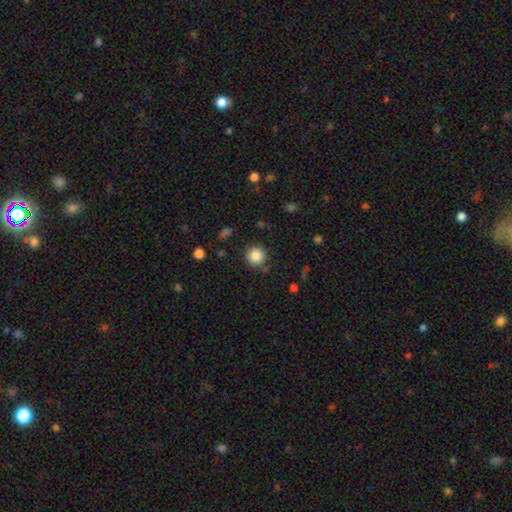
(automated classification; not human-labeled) Overall: smooth (85%). How rounded: round (94%). Merging: none (86%).